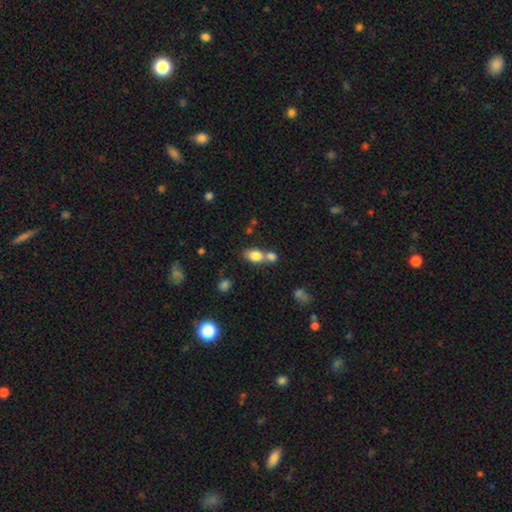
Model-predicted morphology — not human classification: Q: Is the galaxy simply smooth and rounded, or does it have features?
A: smooth — 80%.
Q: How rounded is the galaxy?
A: in between — 77%.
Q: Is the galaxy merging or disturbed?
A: merger — 49%.